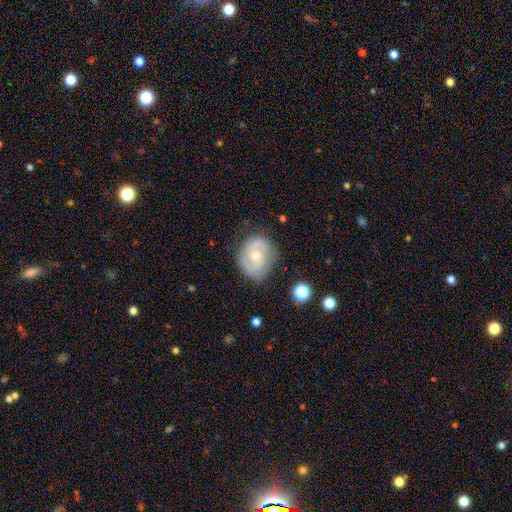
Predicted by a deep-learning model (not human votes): A featured or disk galaxy (66%) with no bar (64%), 2 (71%) tight (46%) spiral arms (86%) and a moderate central bulge (49%). Merging: none (73%).